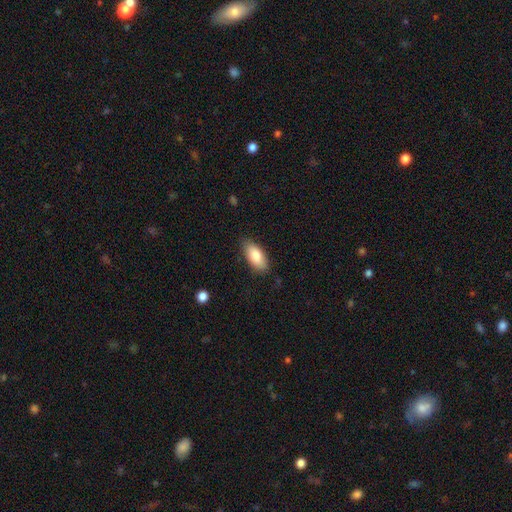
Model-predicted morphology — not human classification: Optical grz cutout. It shows a smooth galaxy with no disk features (83%) that is in between round and cigar-shaped (88%). Merging: none (83%).